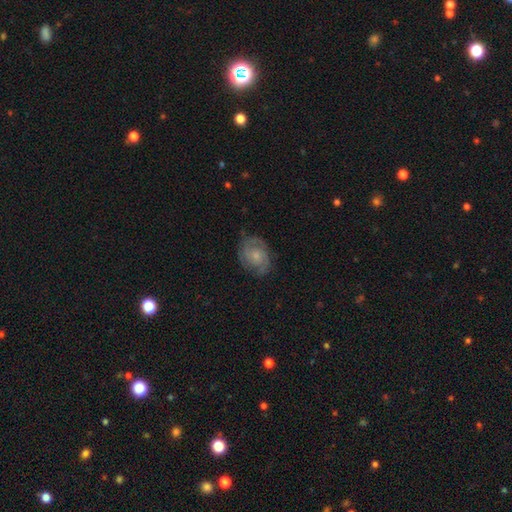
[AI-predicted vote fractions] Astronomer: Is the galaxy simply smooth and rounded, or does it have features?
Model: featured or disk — 74%.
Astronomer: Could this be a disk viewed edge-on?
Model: no — 97%.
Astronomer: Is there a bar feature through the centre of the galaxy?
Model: no — 70%.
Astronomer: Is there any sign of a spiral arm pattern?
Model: yes — 93%.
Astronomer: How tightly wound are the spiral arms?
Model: tight — 53% (runner-up: medium, 38%).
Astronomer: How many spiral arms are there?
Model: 2 — 63%.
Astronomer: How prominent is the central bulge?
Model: small — 52% (runner-up: moderate, 32%).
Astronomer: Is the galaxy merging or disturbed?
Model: none — 75%.